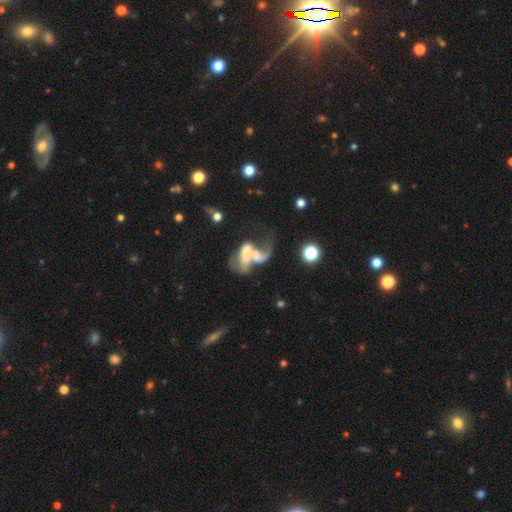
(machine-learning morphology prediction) Overall: featured or disk (58%; smooth 32%). Edge-on disk: no (96%). Bar: no (66%). Spiral arms: yes (50%, tied with no). Bulge size: moderate (33%; none 26%). Merging: merger (69%).